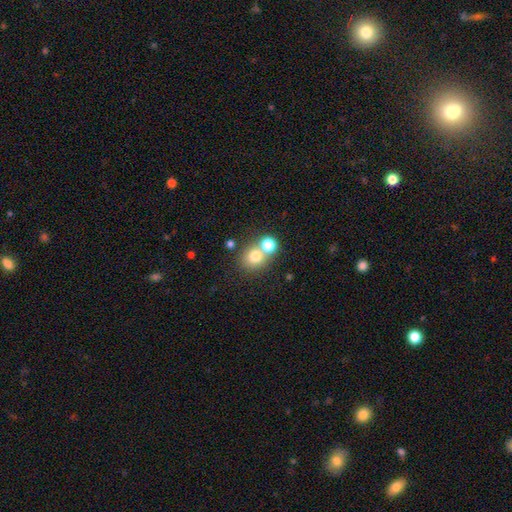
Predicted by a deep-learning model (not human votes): Smooth or featured? Predicted: smooth (p=0.74). How rounded? Predicted: round (p=0.80). Merging? Predicted: none (p=0.48).